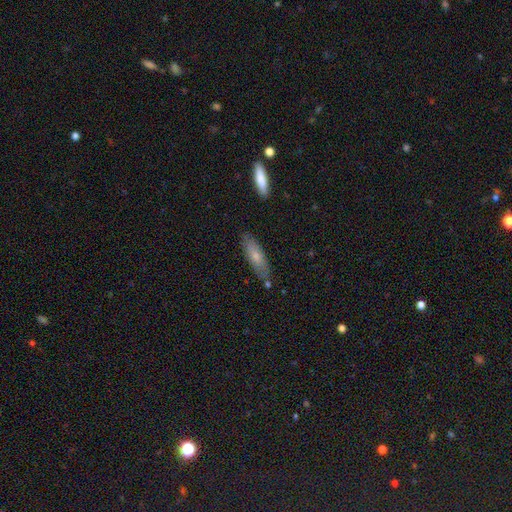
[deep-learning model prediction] Smooth or featured? Predicted: smooth (p=0.67). How rounded? Predicted: cigar-shaped (p=0.51). Merging? Predicted: none (p=0.77).